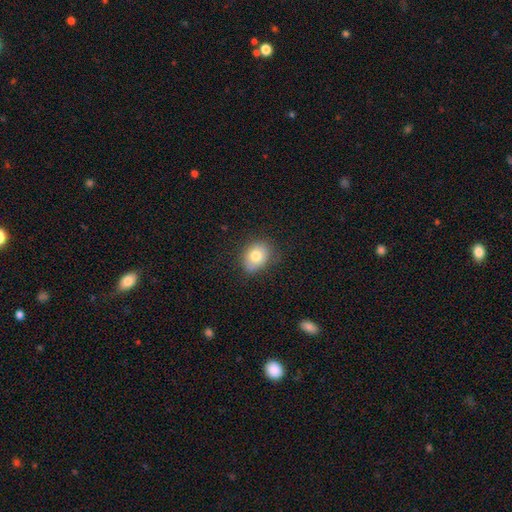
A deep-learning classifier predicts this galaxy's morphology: Smooth or featured? Predicted: smooth (p=0.77). How rounded? Predicted: in between (p=0.60). Merging? Predicted: none (p=0.74).